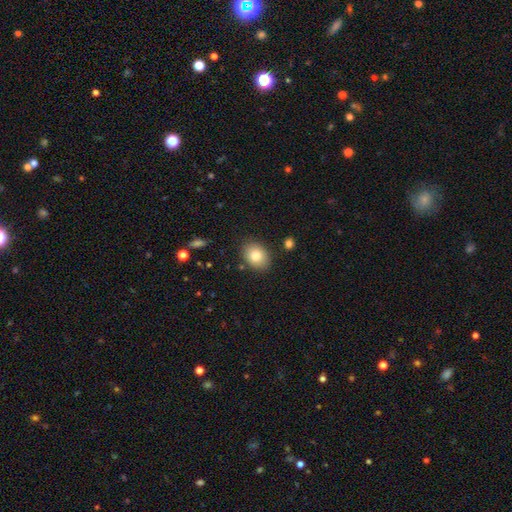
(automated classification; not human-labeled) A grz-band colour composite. It shows a smooth galaxy with no disk features (80%) that is in between round and cigar-shaped (61%). Merging: none (86%).